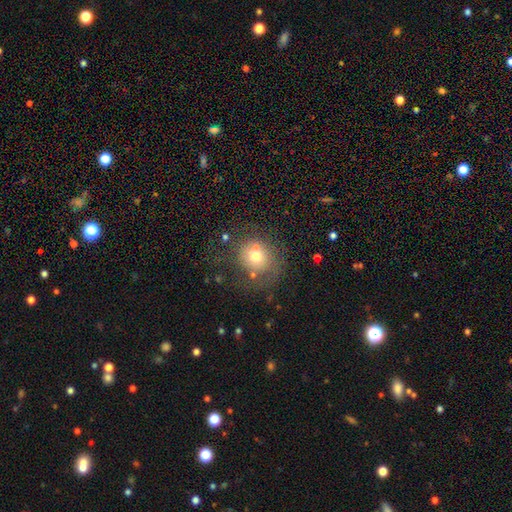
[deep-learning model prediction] smooth 65%, featured or disk 21%, star or artifact 14%. Down the decision tree: how rounded — round (84%); merging — none (55%).